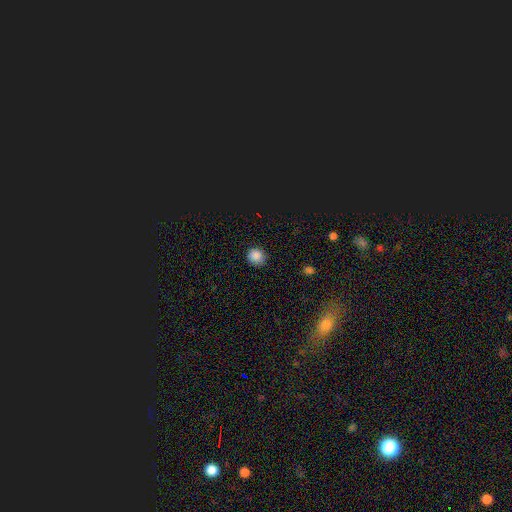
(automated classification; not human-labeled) smooth-or-featured: smooth: 85% | star or artifact: 12% | featured or disk: 3%
  how-rounded: round: 87% | in between: 12% | cigar-shaped: 1%
  merging: none: 85% | minor disturbance: 12% | major disturbance: 2% | merger: 1%